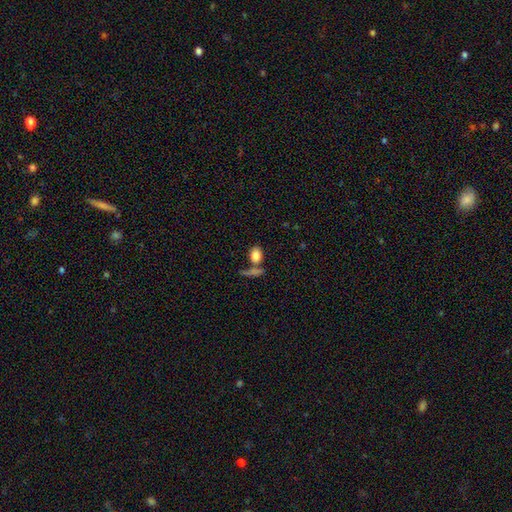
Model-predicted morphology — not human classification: A smooth galaxy with no disk features (83%) that is in between round and cigar-shaped (79%).

Vote fractions:
- Smooth or featured? smooth: 83% / star or artifact: 9% / featured or disk: 8%
- How rounded? in between: 79% / round: 18% / cigar-shaped: 3%
- Merging? none: 53% / merger: 29% / minor disturbance: 12% / major disturbance: 7%